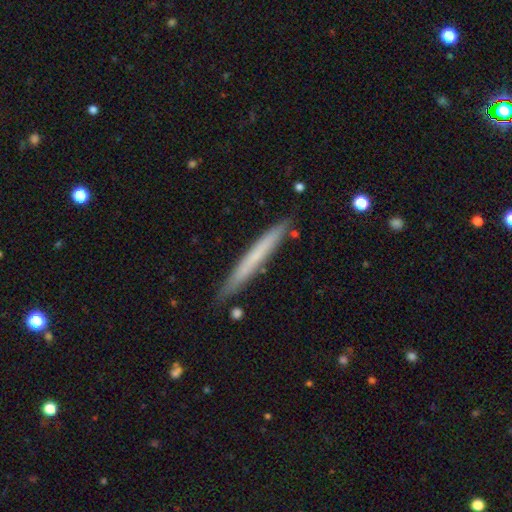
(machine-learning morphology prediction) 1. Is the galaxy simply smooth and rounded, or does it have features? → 59% smooth, 36% featured or disk, 6% star or artifact.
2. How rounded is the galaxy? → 97% cigar-shaped, 2% in between, 1% round.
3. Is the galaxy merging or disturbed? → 88% none, 9% minor disturbance, 2% merger, 2% major disturbance.